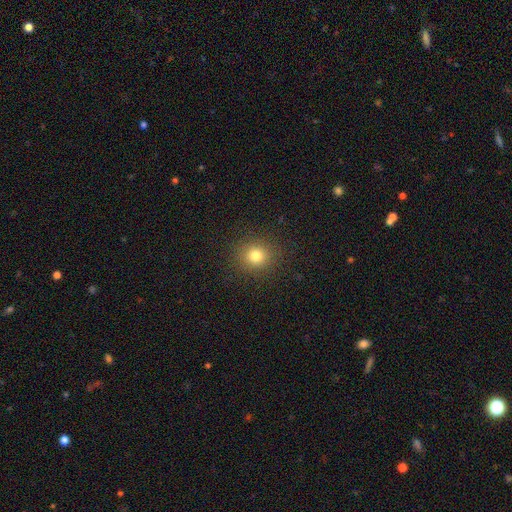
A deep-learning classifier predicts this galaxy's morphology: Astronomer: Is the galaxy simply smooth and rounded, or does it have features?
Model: smooth — 80%.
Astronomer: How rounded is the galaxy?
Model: round — 85%.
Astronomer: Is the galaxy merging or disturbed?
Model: none — 89%.